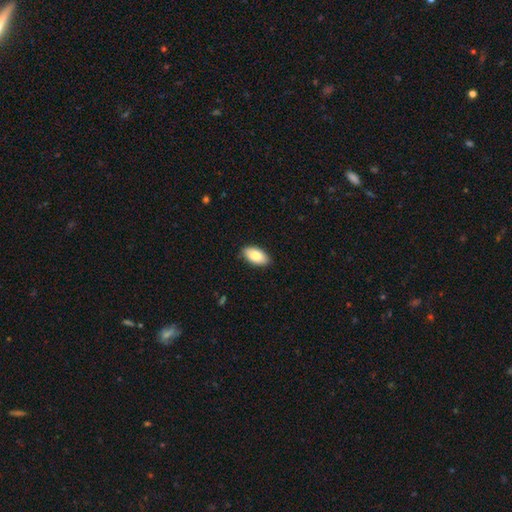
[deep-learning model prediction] smooth 84%, featured or disk 10%, star or artifact 6%. Down the decision tree: how rounded — in between (95%); merging — none (86%).